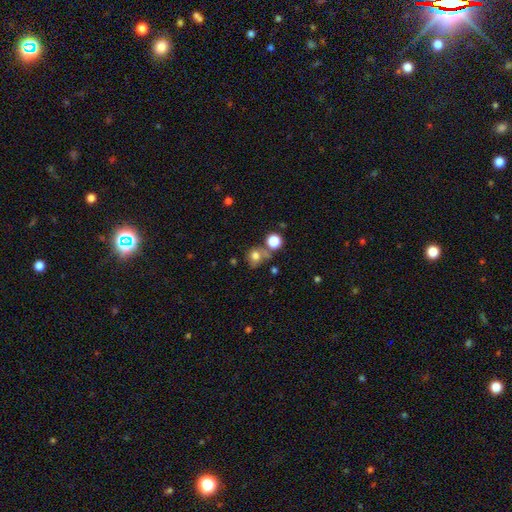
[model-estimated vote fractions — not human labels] Smooth or featured? Predicted: smooth (p=0.73). How rounded? Predicted: round (p=0.77). Merging? Predicted: none (p=0.52).